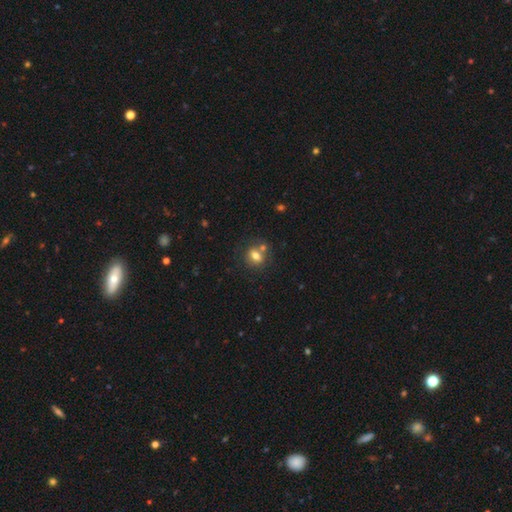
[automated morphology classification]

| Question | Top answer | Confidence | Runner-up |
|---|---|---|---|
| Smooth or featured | smooth | 74% | featured or disk (15%) |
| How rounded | round | 51% | in between (47%) |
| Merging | none | 57% | merger (28%) |